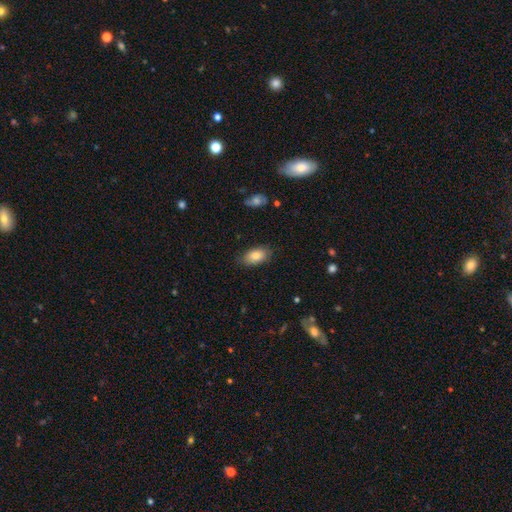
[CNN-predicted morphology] This is clearly a smooth galaxy (82%). How rounded: clearly in between (93%). Merging: clearly none (81%).